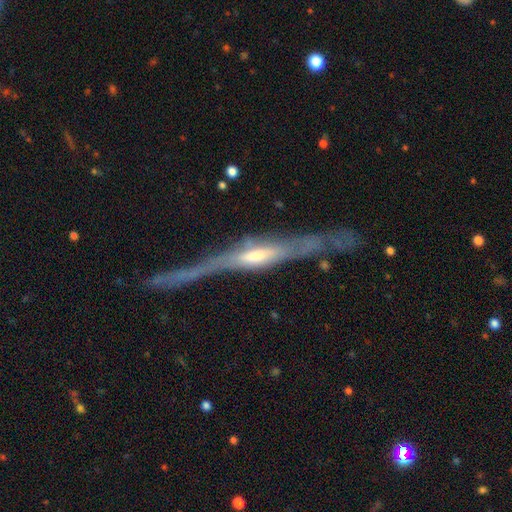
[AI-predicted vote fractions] Q: Smooth or featured?
A: featured or disk (79%); runner-up: smooth (16%)
Q: Edge-on disk?
A: yes (91%); runner-up: no (9%)
Q: Edge-on bulge?
A: rounded (52%); runner-up: boxy (30%)
Q: Merging?
A: none (62%); runner-up: minor disturbance (22%)